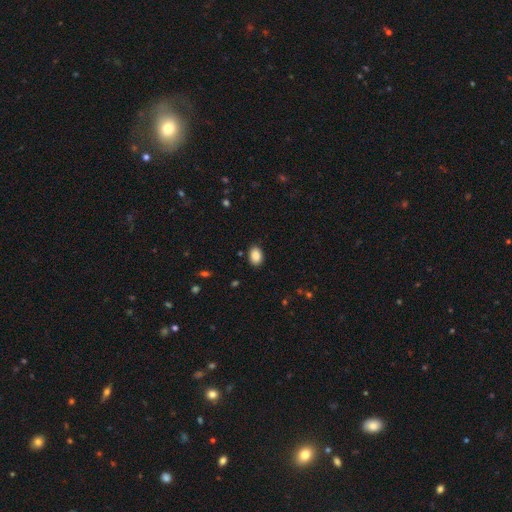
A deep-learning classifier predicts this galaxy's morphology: smooth-or-featured: smooth: 88% | star or artifact: 8% | featured or disk: 4%
  how-rounded: in between: 81% | round: 17% | cigar-shaped: 1%
  merging: none: 88% | minor disturbance: 9% | major disturbance: 2% | merger: 1%